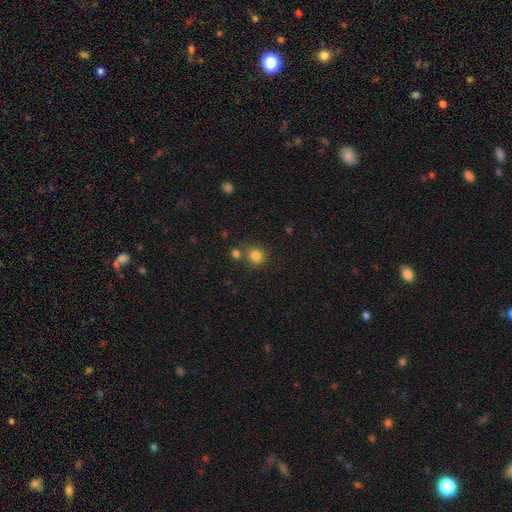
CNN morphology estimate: Overall: smooth (83%). How rounded: round (86%). Merging: none (69%).